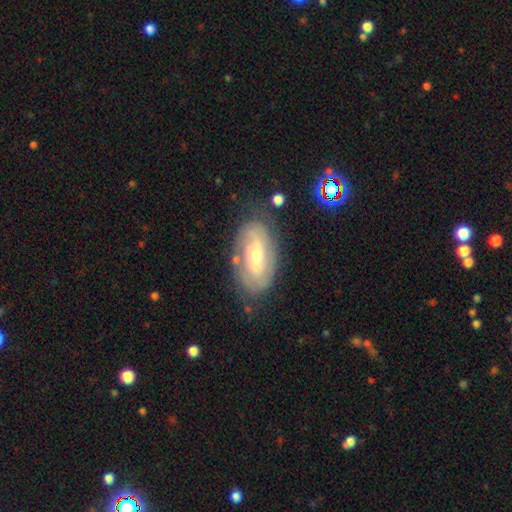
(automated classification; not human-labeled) featured or disk 74%, smooth 20%, star or artifact 7%. Down the decision tree: edge-on disk — no (93%); bar — no (42%); spiral arms — yes (81%); spiral arm count — 2 (50%); spiral winding — tight (58%); bulge size — small (48%, tied with moderate); merging — none (72%).